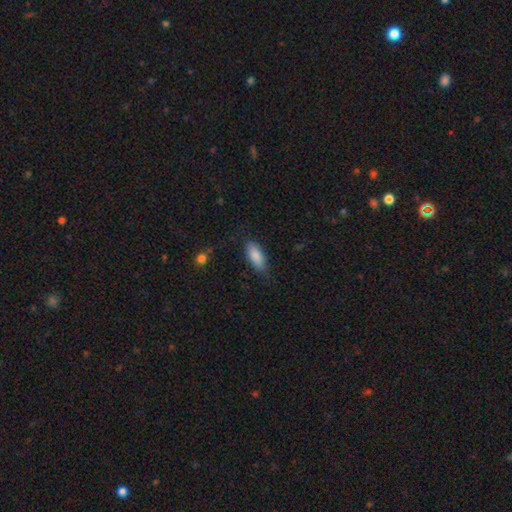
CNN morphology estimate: The model was most divided on "merging": none: 75%, minor disturbance: 20%, major disturbance: 4%, merger: 1%. More confident: smooth or featured — smooth (86%); how rounded — in between (81%).